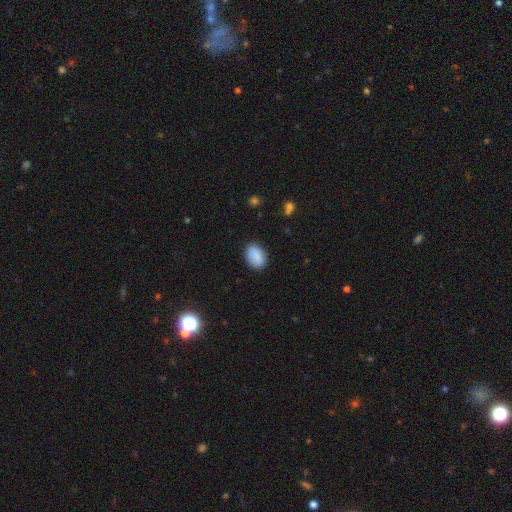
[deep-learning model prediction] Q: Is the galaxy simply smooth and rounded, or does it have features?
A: smooth — 87%.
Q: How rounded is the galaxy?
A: in between — 81%.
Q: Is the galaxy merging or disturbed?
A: none — 84%.